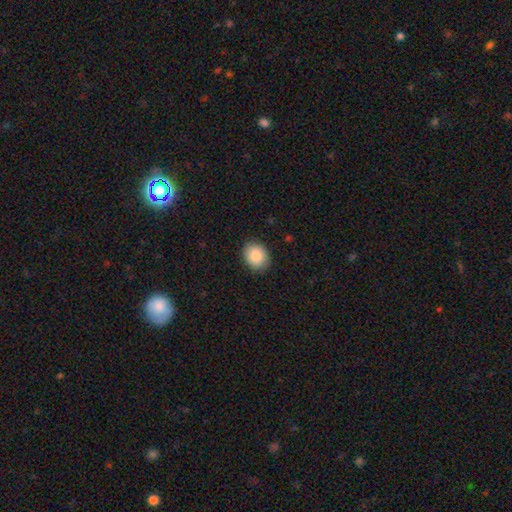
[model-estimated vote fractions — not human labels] This appears to be a smooth galaxy with no disk features (87%) that is round (55%). Merging: none (86%).